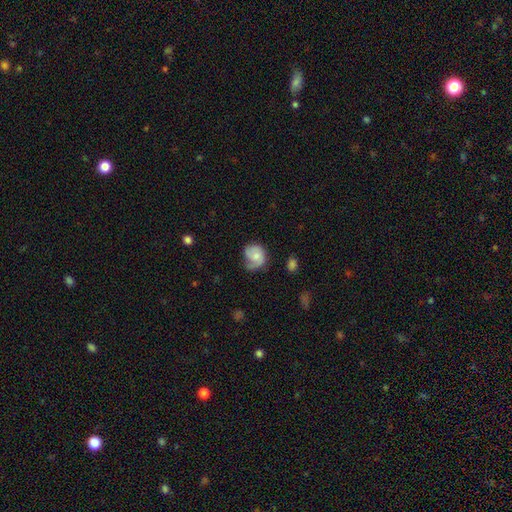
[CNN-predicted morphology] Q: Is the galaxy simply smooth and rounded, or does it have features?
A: featured or disk — 52%.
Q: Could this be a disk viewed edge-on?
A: no — 98%.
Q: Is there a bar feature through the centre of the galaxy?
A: no — 75%.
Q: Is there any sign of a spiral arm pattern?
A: yes — 85%.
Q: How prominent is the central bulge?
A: small — 50%.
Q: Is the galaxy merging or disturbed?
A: none — 48%.